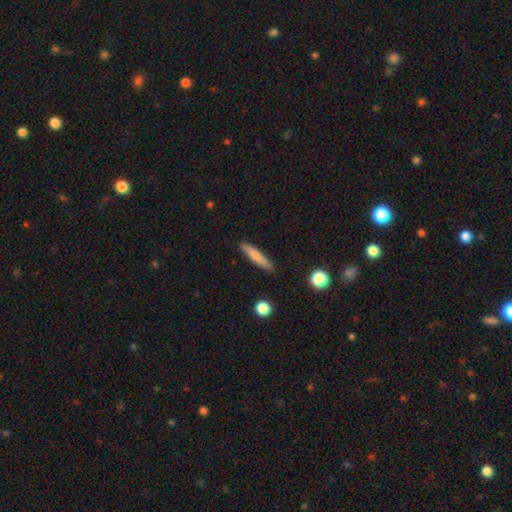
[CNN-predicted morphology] This is likely a smooth galaxy (74%). How rounded: clearly cigar-shaped (89%). Merging: clearly none (87%).